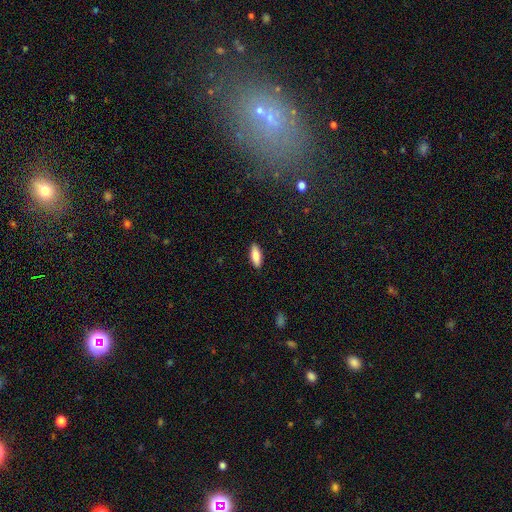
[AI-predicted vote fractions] Smooth or featured: smooth — 84% (featured or disk — 10%)
How rounded: in between — 70% (cigar-shaped — 29%)
Merging: none — 89% (minor disturbance — 8%)